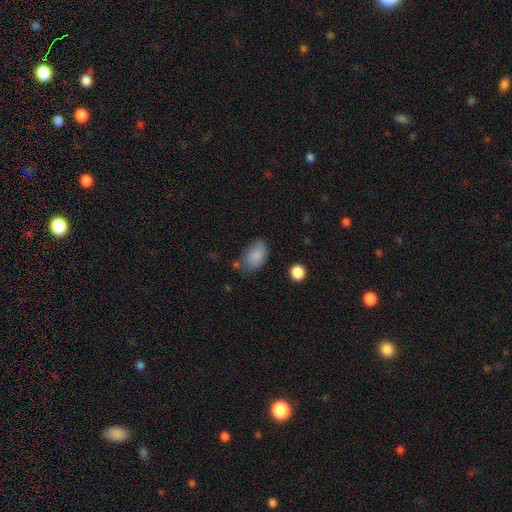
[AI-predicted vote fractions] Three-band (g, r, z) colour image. It shows a smooth galaxy with no disk features (85%) that is in between round and cigar-shaped (89%). Merging: none (60%).